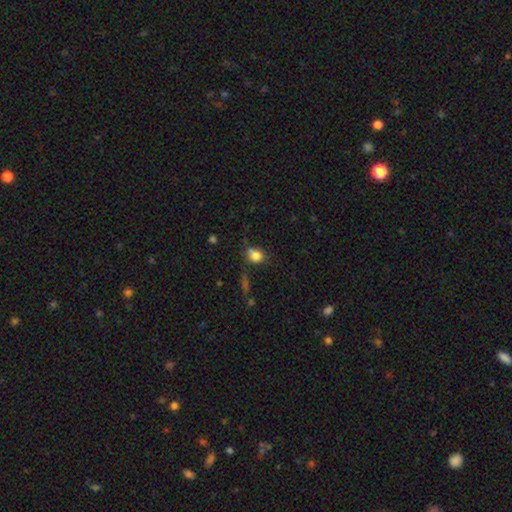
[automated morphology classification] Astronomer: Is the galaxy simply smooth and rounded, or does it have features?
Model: smooth — 81%.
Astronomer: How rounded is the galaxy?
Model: round — 63%.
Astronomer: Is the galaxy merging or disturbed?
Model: none — 61%.